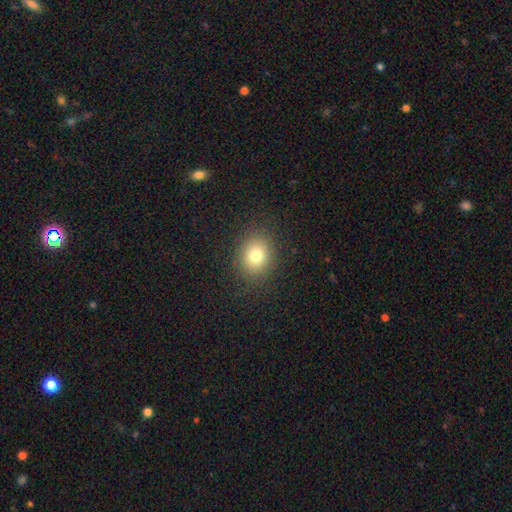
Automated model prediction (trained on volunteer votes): Smooth or featured? Predicted: smooth (p=0.77). How rounded? Predicted: round (p=0.64). Merging? Predicted: none (p=0.87).